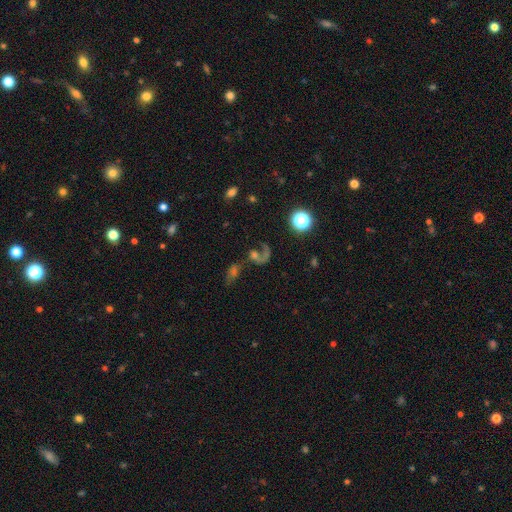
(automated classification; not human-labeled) Smooth or featured?
  - featured or disk: 47% *
  - smooth: 28%
  - star or artifact: 25%
Merging?
  - merger: 39% *
  - none: 27%
  - major disturbance: 23%
  - minor disturbance: 11%